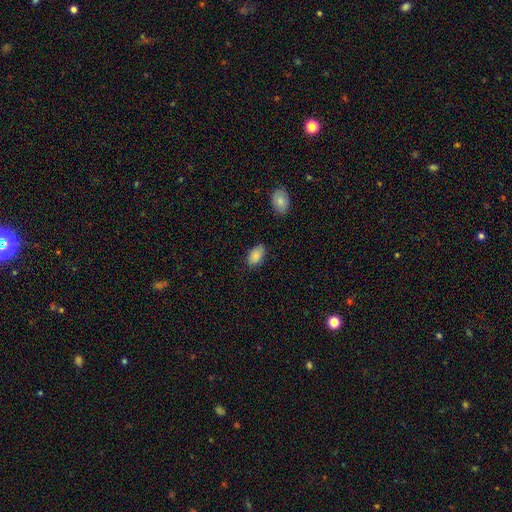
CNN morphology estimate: type=smooth (87%); roundness=in between (94%); merging=none (80%).